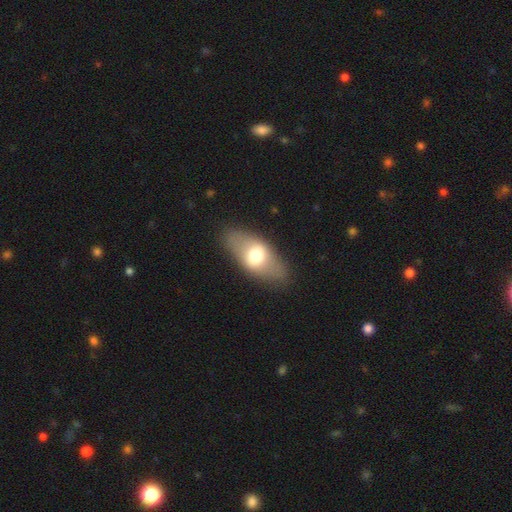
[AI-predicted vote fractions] Smooth or featured: smooth — 59% (featured or disk — 34%)
How rounded: in between — 86% (cigar-shaped — 8%)
Merging: none — 83% (minor disturbance — 11%)